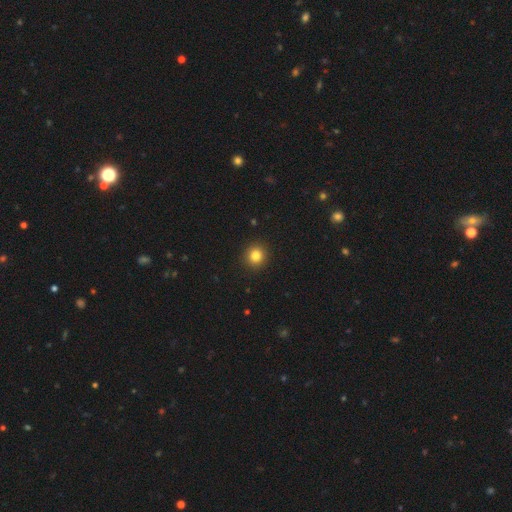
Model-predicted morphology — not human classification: Smooth or featured?
  - smooth: 83% *
  - star or artifact: 12%
  - featured or disk: 6%
How rounded?
  - round: 92% *
  - in between: 7%
  - cigar-shaped: 1%
Merging?
  - none: 93% *
  - minor disturbance: 5%
  - major disturbance: 2%
  - merger: 1%